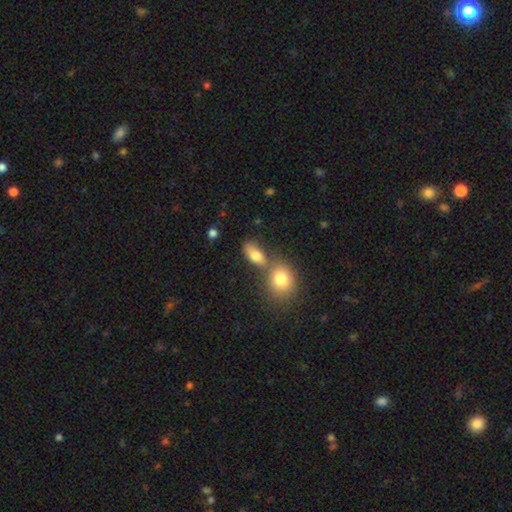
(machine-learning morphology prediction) Smooth or featured: smooth — 78% (featured or disk — 12%)
How rounded: in between — 82% (round — 12%)
Merging: none — 46% (merger — 37%)